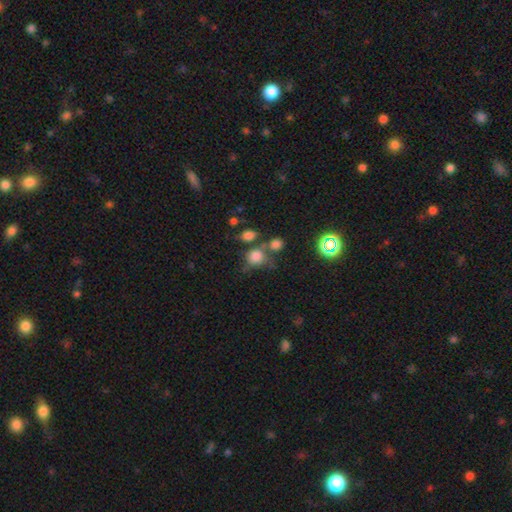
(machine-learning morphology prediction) Smooth or featured? Predicted: smooth (p=0.76). How rounded? Predicted: round (p=0.76). Merging? Predicted: none (p=0.48).